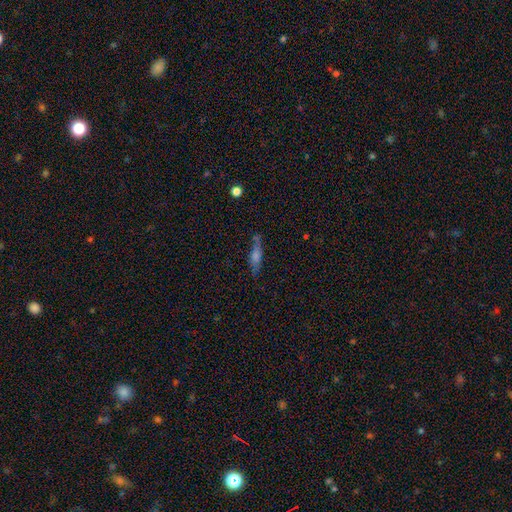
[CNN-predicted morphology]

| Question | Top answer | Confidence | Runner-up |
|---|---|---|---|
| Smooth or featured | featured or disk | 50% | smooth (38%) |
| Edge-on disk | yes | 88% | no (12%) |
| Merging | none | 75% | minor disturbance (16%) |